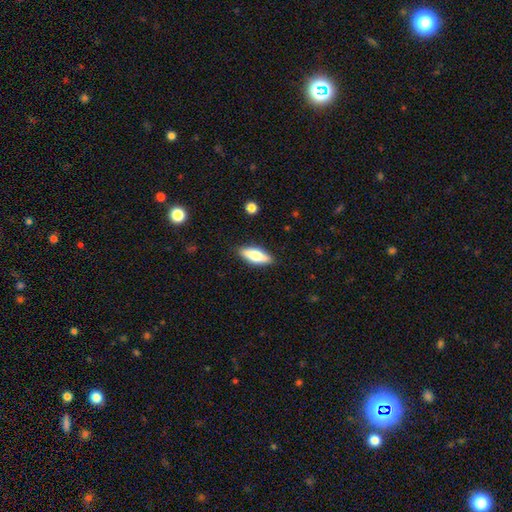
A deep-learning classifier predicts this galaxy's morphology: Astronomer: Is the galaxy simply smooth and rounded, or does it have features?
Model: smooth — 60%.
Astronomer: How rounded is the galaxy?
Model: in between — 62%.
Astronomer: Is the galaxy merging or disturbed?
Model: none — 88%.